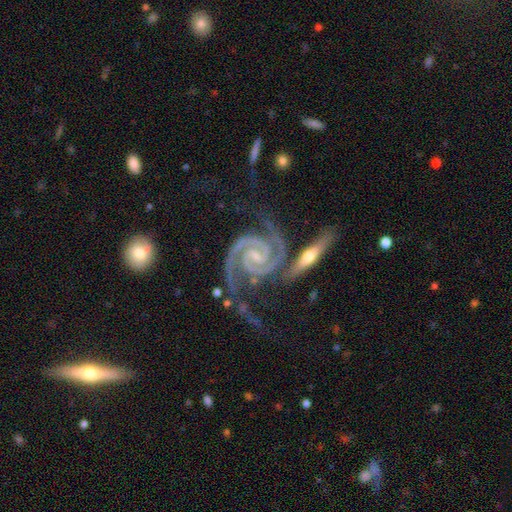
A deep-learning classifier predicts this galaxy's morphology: featured or disk 94%, star or artifact 4%, smooth 2%. Down the decision tree: edge-on disk — no (97%); bar — weak (39%); spiral arms — yes (99%); spiral arm count — 2 (89%); spiral winding — tight (66%); bulge size — small (65%); merging — none (55%).